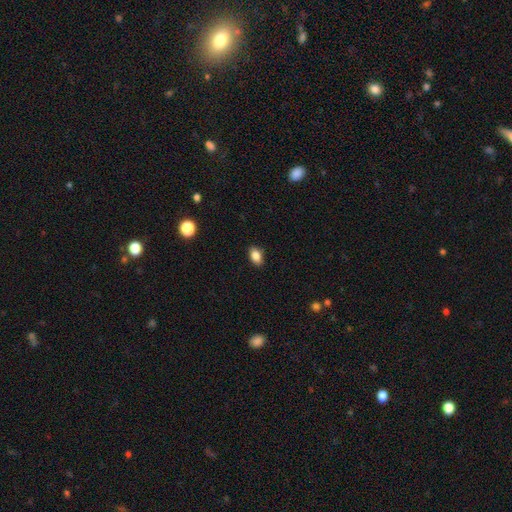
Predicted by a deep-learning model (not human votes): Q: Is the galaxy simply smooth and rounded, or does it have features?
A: smooth — 86%.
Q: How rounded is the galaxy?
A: in between — 87%.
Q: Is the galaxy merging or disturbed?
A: none — 87%.